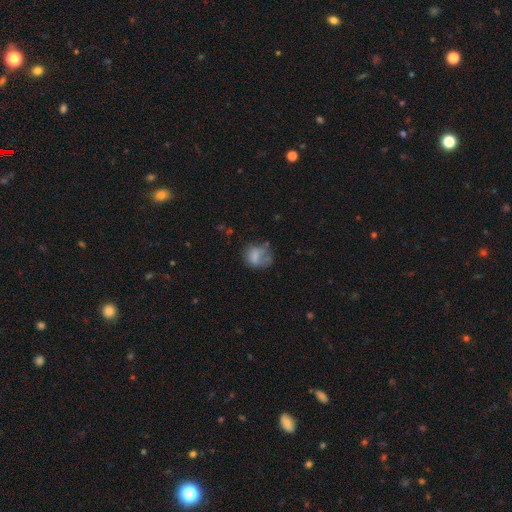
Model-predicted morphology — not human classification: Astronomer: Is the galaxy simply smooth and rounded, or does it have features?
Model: smooth — 67%.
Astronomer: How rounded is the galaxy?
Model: round — 57% (runner-up: in between, 42%).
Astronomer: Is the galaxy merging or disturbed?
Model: none — 37% (runner-up: major disturbance, 29%).